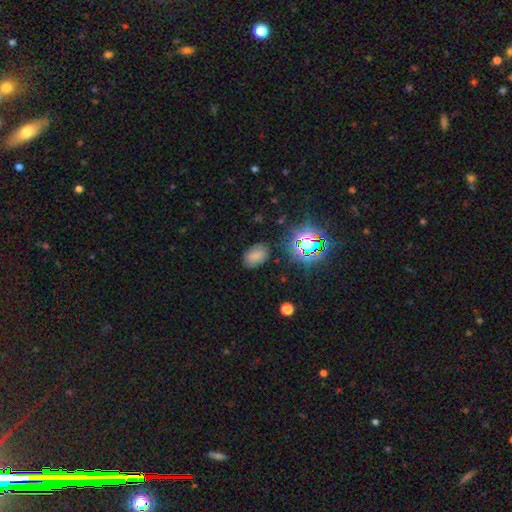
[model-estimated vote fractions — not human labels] A smooth galaxy with no disk features (71%) that is in between round and cigar-shaped (84%).

Vote fractions:
- Smooth or featured? smooth: 71% / star or artifact: 20% / featured or disk: 9%
- How rounded? in between: 84% / round: 15% / cigar-shaped: 1%
- Merging? none: 78% / minor disturbance: 15% / major disturbance: 5% / merger: 2%